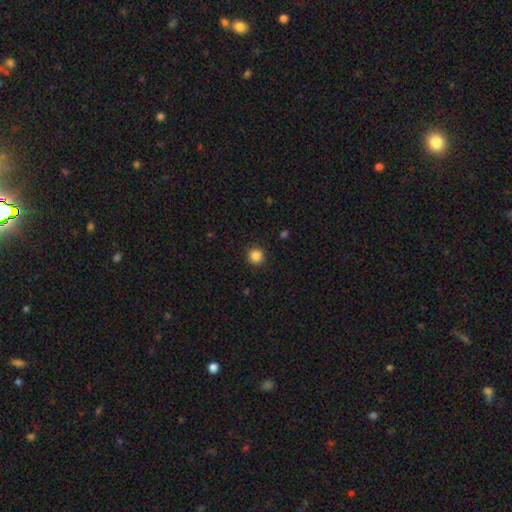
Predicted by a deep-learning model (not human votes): smooth 86%, star or artifact 11%, featured or disk 3%. Down the decision tree: how rounded — round (94%); merging — none (91%).